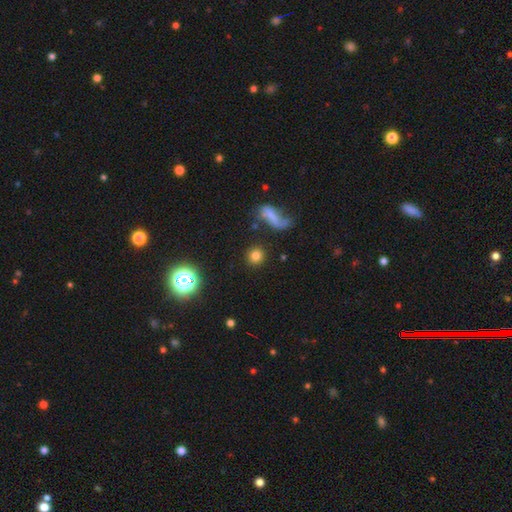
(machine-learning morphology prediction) This appears to be a smooth galaxy with no disk features (77%) that is round (90%). Merging: none (85%).